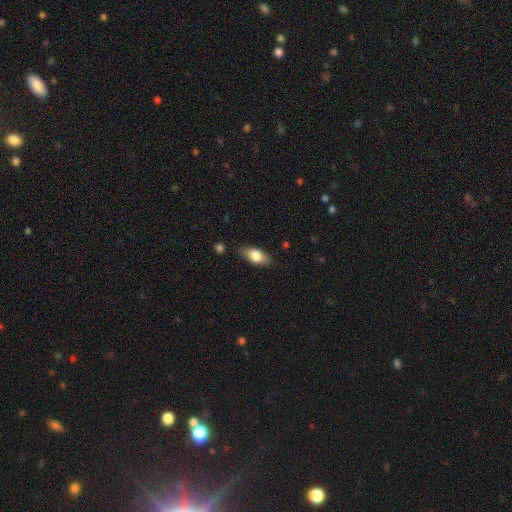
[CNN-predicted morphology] The model was most divided on "smooth or featured": smooth: 74%, featured or disk: 19%, star or artifact: 7%. More confident: how rounded — in between (85%); merging — none (81%).